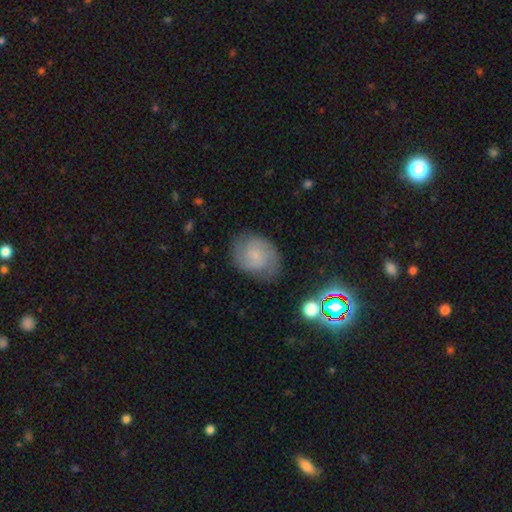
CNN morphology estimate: The model was most divided on "spiral winding": medium: 45%, tight: 39%, loose: 15%. More confident: edge-on disk — no (98%); spiral arms — yes (91%); merging — none (69%); spiral arm count — 2 (66%); bar — no (64%); bulge size — small (60%); smooth or featured — featured or disk (59%).